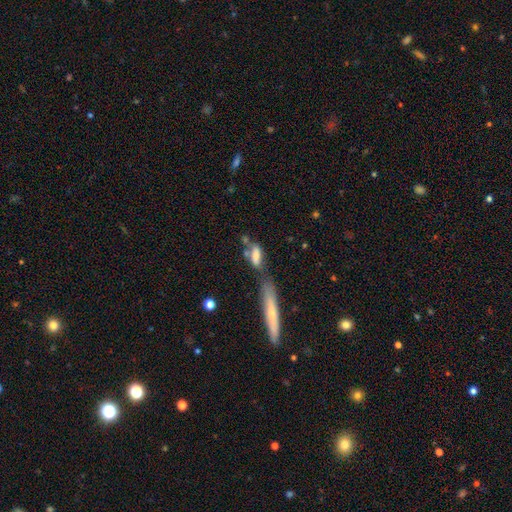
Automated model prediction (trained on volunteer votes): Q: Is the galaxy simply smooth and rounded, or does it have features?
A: smooth — 66%.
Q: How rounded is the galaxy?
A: in between — 59%.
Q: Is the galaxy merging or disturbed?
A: none — 37%.